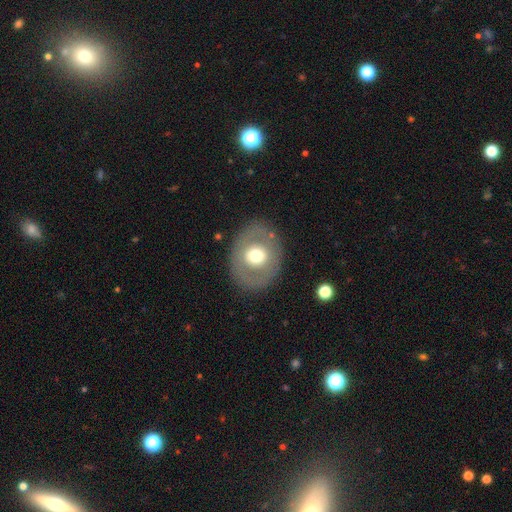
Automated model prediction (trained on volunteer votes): smooth-or-featured: smooth: 53% | featured or disk: 40% | star or artifact: 7%
  how-rounded: round: 61% | in between: 38% | cigar-shaped: 1%
  merging: none: 83% | minor disturbance: 10% | major disturbance: 6% | merger: 1%